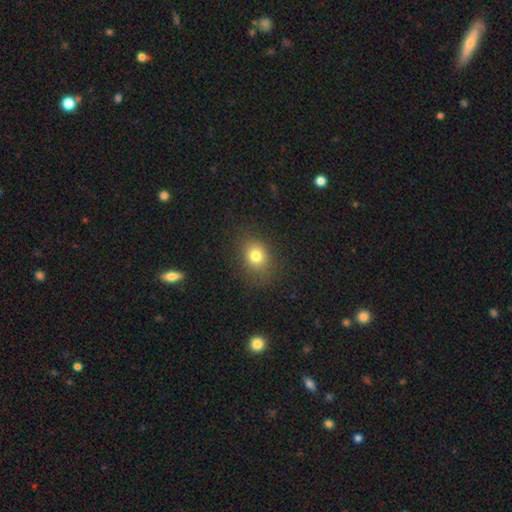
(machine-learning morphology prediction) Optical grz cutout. It shows a smooth galaxy with no disk features (78%) that is round (57%). Merging: none (82%).